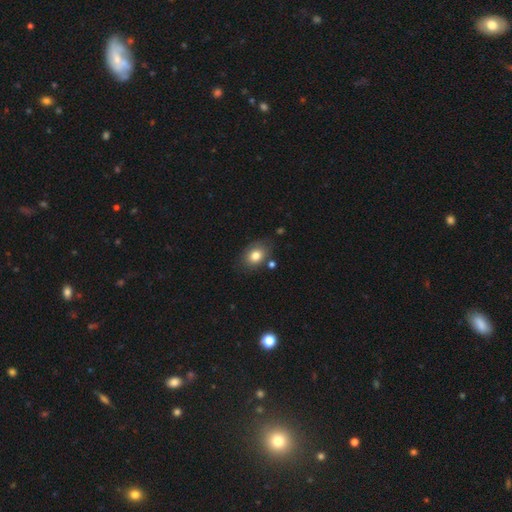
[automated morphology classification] Smooth or featured: smooth — 79% (featured or disk — 11%)
How rounded: in between — 68% (round — 31%)
Merging: none — 75% (minor disturbance — 16%)